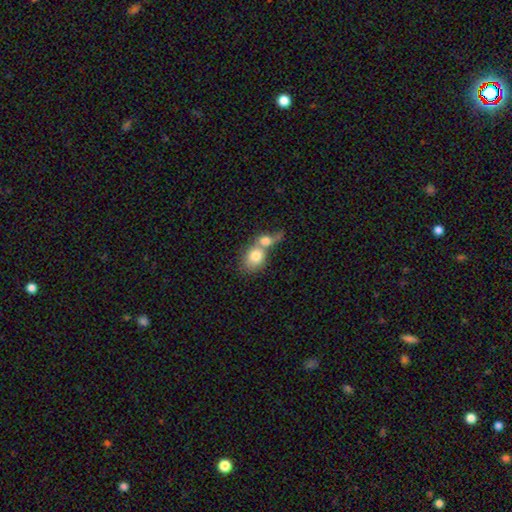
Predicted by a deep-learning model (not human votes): Smooth or featured? smooth (77%)
How rounded? round (53%)
Merging? merger (75%)